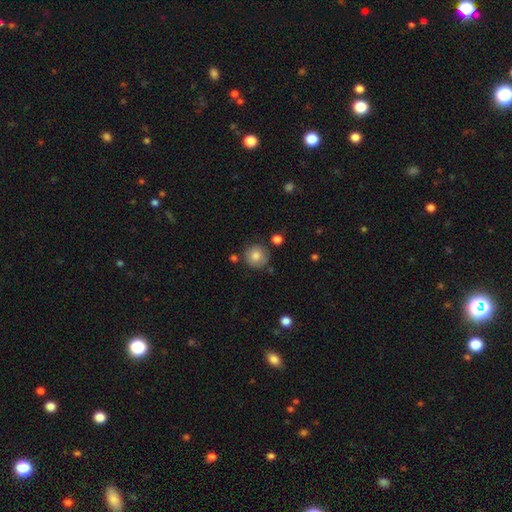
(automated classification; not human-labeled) Morphology: type=smooth (81%); roundness=round (93%); merging=none (80%).